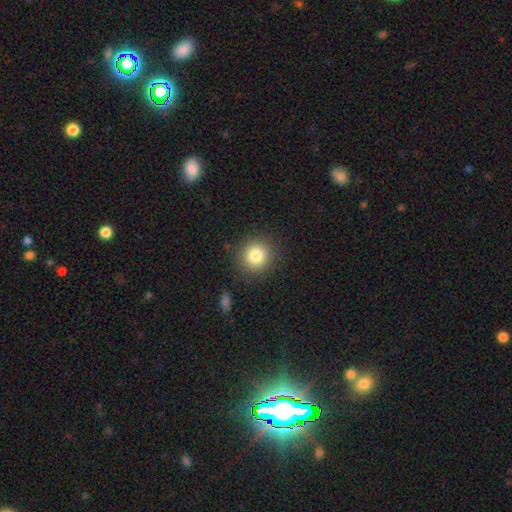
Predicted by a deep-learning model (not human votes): A smooth galaxy with no disk features (81%) that is round (92%).

Vote fractions:
- Smooth or featured? smooth: 81% / star or artifact: 11% / featured or disk: 8%
- How rounded? round: 92% / in between: 7% / cigar-shaped: 1%
- Merging? none: 88% / minor disturbance: 7% / major disturbance: 3% / merger: 1%